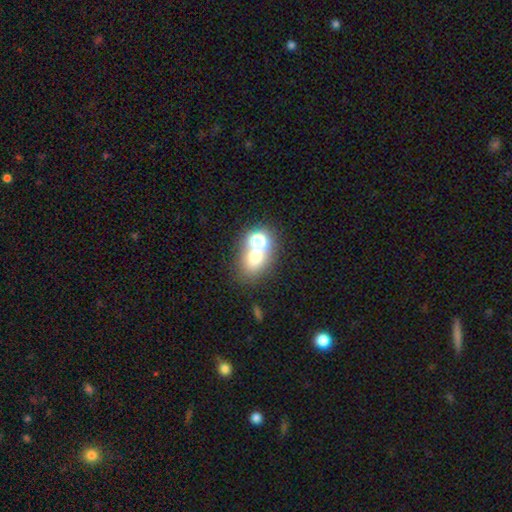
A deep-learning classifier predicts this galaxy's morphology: This appears to be a smooth galaxy with no disk features (65%) that is in between round and cigar-shaped (54%). Merging: merger (45%).